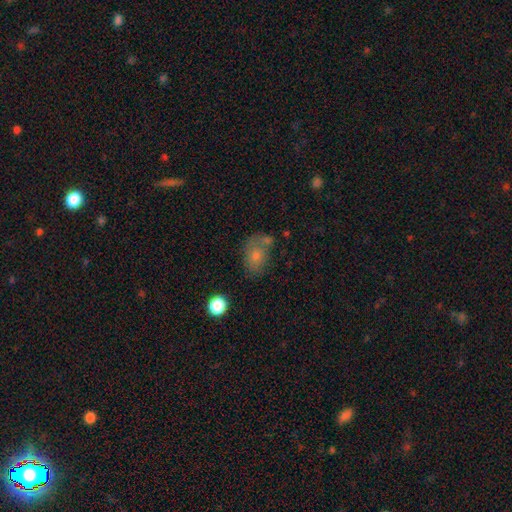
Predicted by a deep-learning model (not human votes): The model was most divided on "merging": none: 45%, minor disturbance: 22%, merger: 21%, major disturbance: 12%. More confident: how rounded — in between (72%); smooth or featured — smooth (71%).